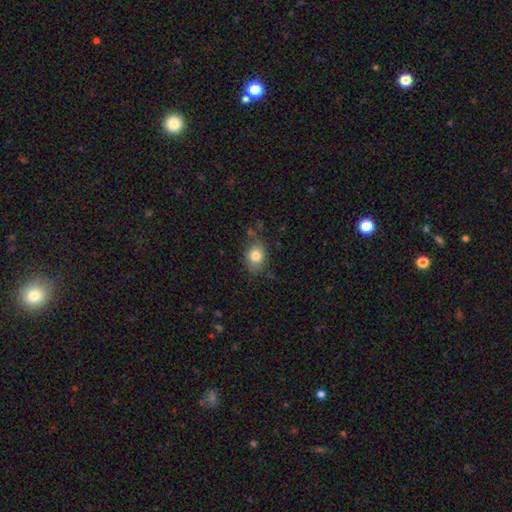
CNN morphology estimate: This is likely a smooth galaxy (79%). How rounded: possibly in between (52%). Merging: likely none (64%).